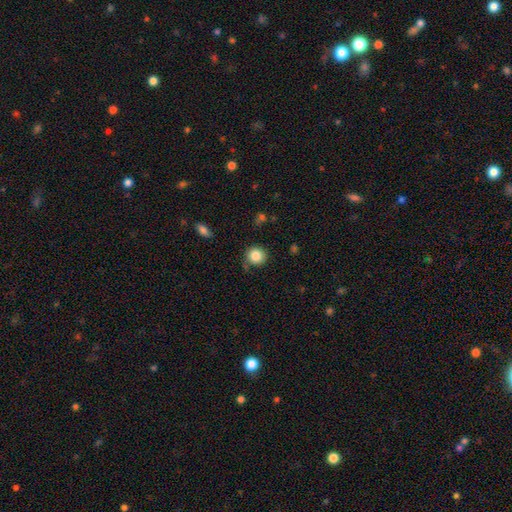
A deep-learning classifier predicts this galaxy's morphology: smooth_or_featured: smooth (p=0.84) [alt: star or artifact p=0.10]
how_rounded: round (p=0.90) [alt: in between p=0.10]
merging: none (p=0.79) [alt: minor disturbance p=0.13]